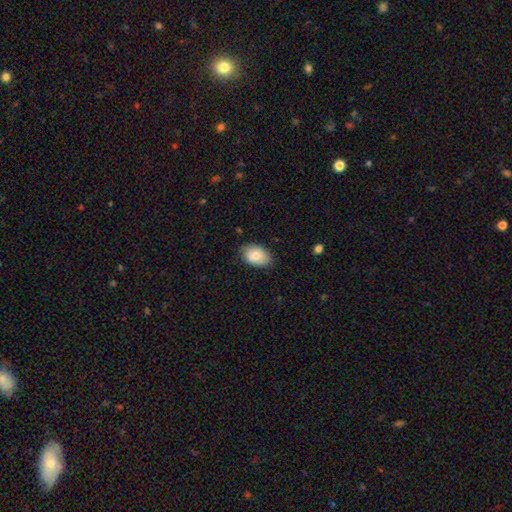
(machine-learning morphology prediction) This is clearly a smooth galaxy (85%). How rounded: clearly in between (86%). Merging: clearly none (82%).